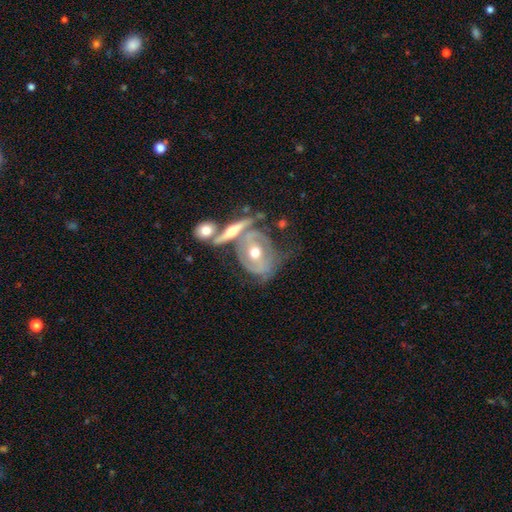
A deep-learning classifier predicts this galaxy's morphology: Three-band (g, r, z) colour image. It shows a featured or disk galaxy (76%) with no bar (54%), 2 (48%) tight (51%) spiral arms (76%) and a moderate central bulge (77%). Merging: merger (34%, tied with none).